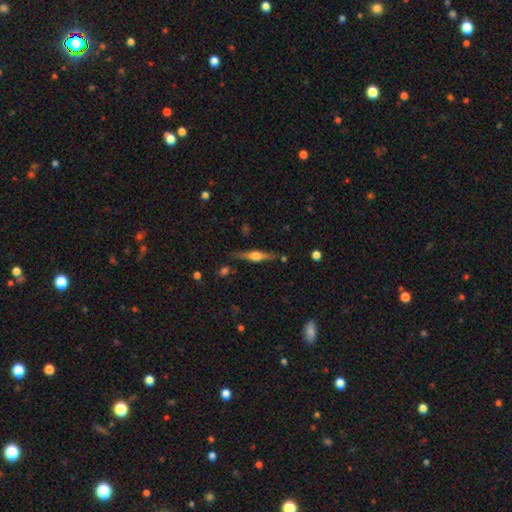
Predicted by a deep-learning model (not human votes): This is likely a featured or disk galaxy (71%). It is clearly viewed edge-on (97%). Edge-on bulge: clearly rounded (90%). Merging: clearly none (84%).